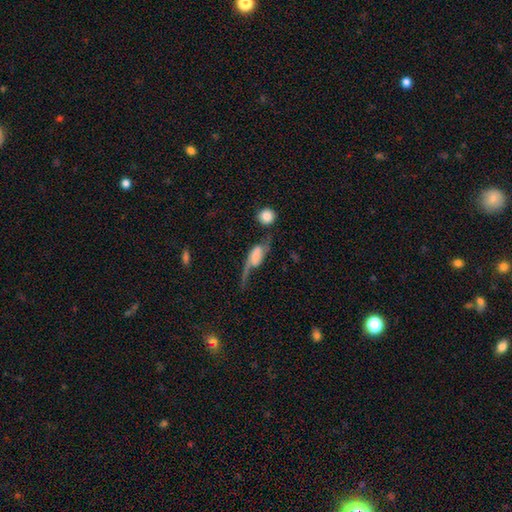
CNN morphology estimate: This is likely a featured or disk galaxy (68%). It is likely not viewed edge-on (80%). Bar: marginally no (43%). Spiral arm pattern: clearly yes (83%). Central bulge: marginally none (43%). Merging: marginally none (35%).